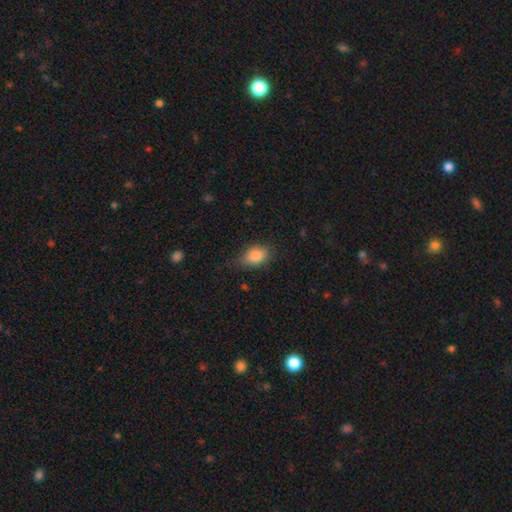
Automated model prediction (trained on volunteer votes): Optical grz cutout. It shows a smooth galaxy with no disk features (84%) that is in between round and cigar-shaped (81%). Merging: none (69%).